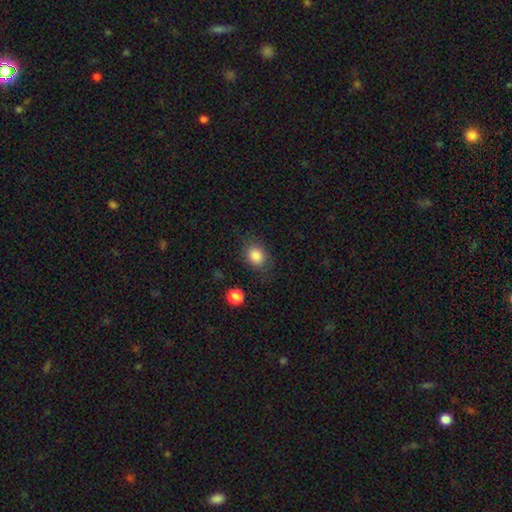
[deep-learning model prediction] A smooth galaxy with no disk features (85%) that is round (49%, tied with in between).

Vote fractions:
- Smooth or featured? smooth: 85% / star or artifact: 10% / featured or disk: 5%
- How rounded? round: 49% (tied) / in between: 49% (tied) / cigar-shaped: 1%
- Merging? none: 77% / minor disturbance: 15% / major disturbance: 6% / merger: 2%